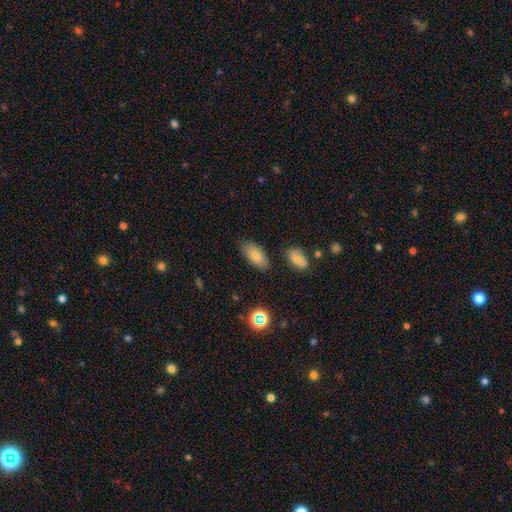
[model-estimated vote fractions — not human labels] Smooth or featured: smooth — 80% (featured or disk — 11%)
How rounded: in between — 91% (cigar-shaped — 5%)
Merging: none — 80% (minor disturbance — 13%)